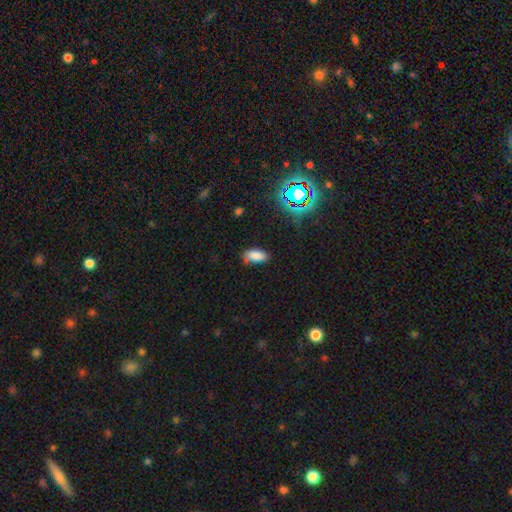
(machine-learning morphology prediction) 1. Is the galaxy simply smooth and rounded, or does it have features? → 80% smooth, 13% star or artifact, 7% featured or disk.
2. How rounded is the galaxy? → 92% in between, 4% cigar-shaped, 4% round.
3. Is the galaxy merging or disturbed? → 65% none, 27% minor disturbance, 6% major disturbance, 2% merger.